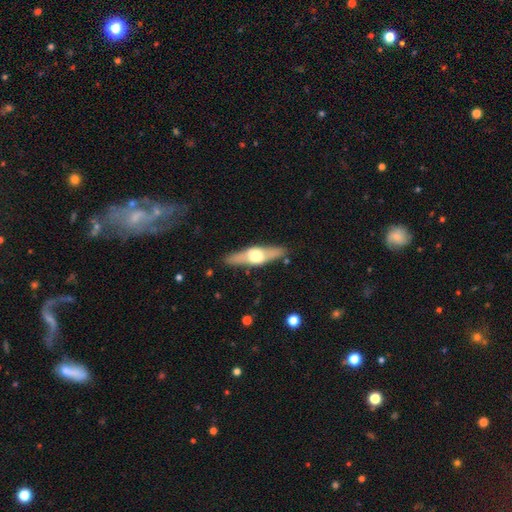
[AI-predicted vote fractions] smooth_or_featured: featured or disk (p=0.68) [alt: smooth p=0.27]
disk_edge_on: yes (p=0.95) [alt: no p=0.05]
edge_on_bulge: rounded (p=0.94) [alt: boxy p=0.04]
merging: none (p=0.86) [alt: minor disturbance p=0.10]